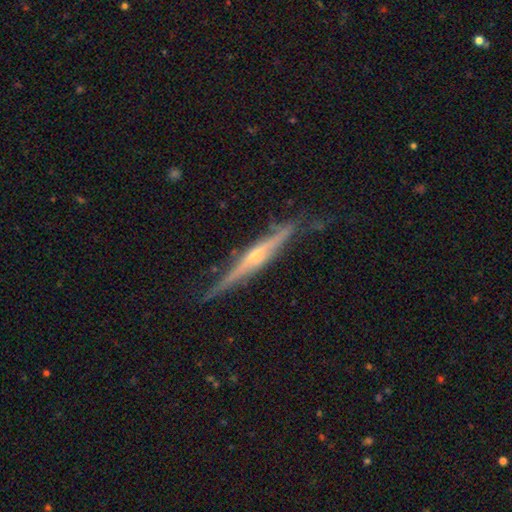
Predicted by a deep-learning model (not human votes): A featured or disk galaxy (82%) viewed edge-on (96%) with a rounded central bulge (77%). Merging: none (77%).